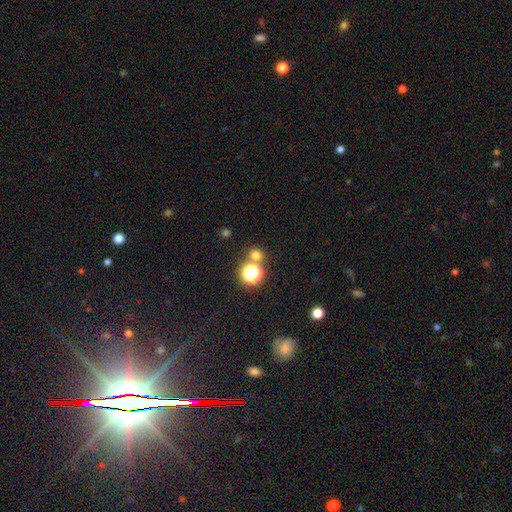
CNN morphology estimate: A smooth galaxy with no disk features (68%) that is round (82%). Merging: none (71%).